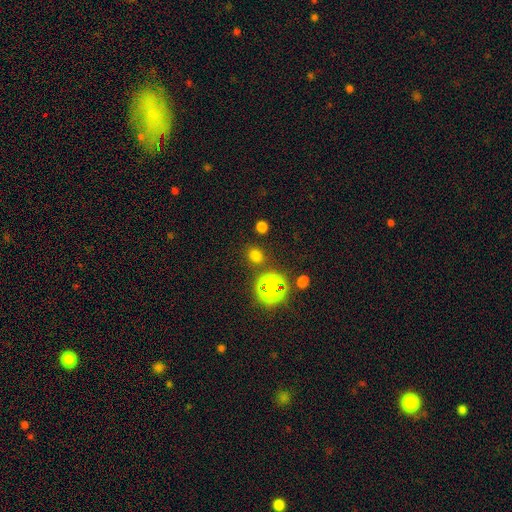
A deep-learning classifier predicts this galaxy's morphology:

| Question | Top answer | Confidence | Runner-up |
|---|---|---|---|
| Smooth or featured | smooth | 71% | star or artifact (24%) |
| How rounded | round | 74% | in between (25%) |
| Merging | none | 83% | minor disturbance (9%) |